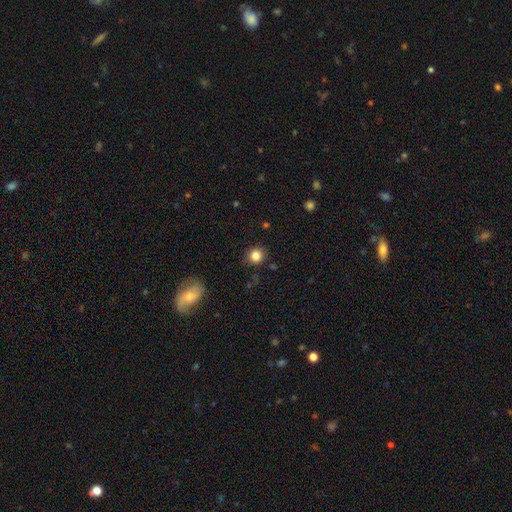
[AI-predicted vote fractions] Overall: smooth (84%). How rounded: round (88%). Merging: none (86%).